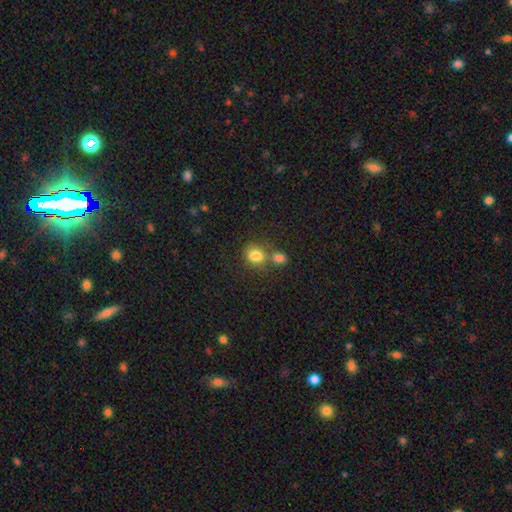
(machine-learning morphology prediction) This appears to be a smooth galaxy with no disk features (82%) that is round (61%). Merging: none (49%).